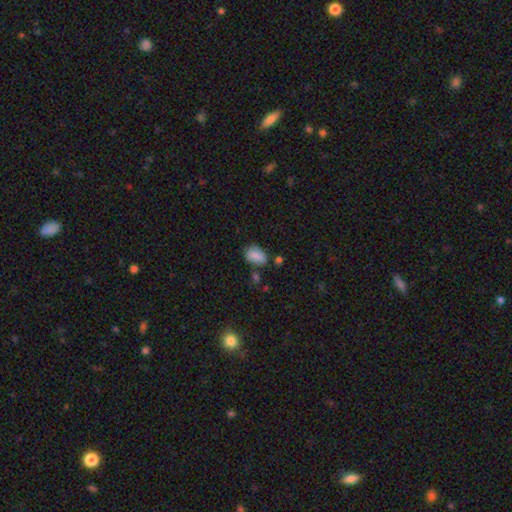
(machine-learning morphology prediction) smooth-or-featured: smooth: 82% | star or artifact: 9% | featured or disk: 9%
  how-rounded: in between: 86% | round: 13% | cigar-shaped: 2%
  merging: none: 59% | minor disturbance: 25% | merger: 8% | major disturbance: 7%